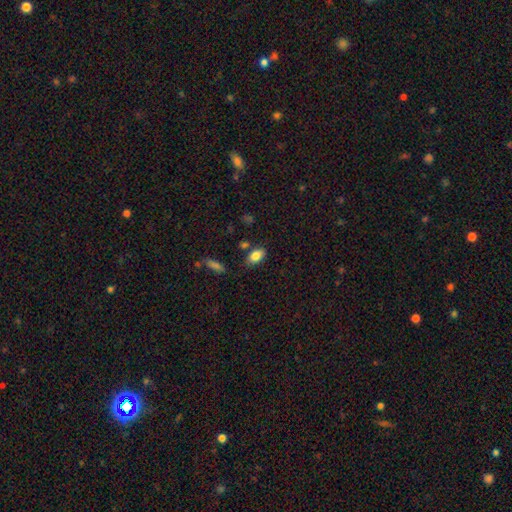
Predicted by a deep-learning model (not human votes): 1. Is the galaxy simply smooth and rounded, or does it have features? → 83% smooth, 9% featured or disk, 8% star or artifact.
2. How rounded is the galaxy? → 90% in between, 7% round, 4% cigar-shaped.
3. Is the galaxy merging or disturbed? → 75% none, 16% minor disturbance, 6% merger, 3% major disturbance.